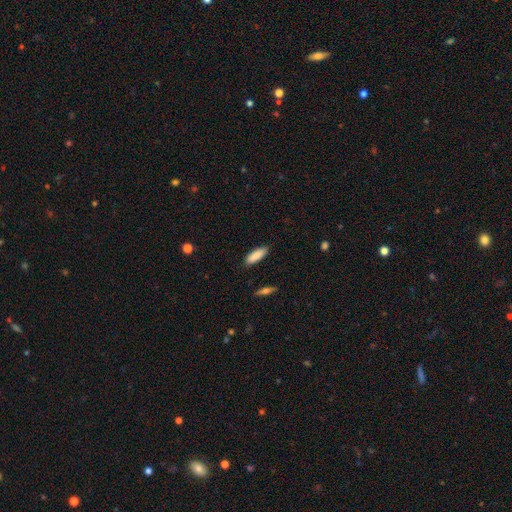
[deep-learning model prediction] smooth-or-featured: smooth: 88% | featured or disk: 6% | star or artifact: 6%
  how-rounded: in between: 58% | cigar-shaped: 40% | round: 2%
  merging: none: 87% | minor disturbance: 10% | major disturbance: 2% | merger: 1%